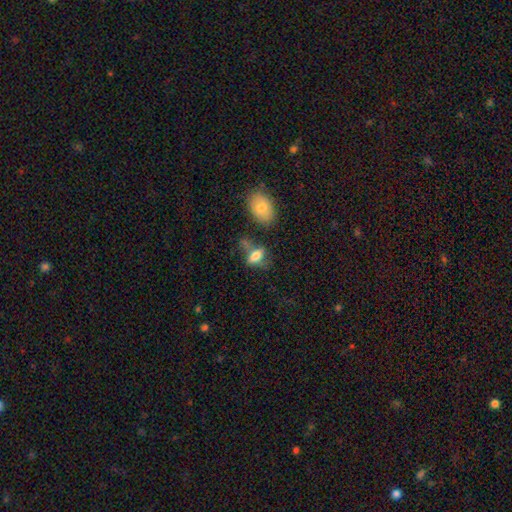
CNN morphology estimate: Q: Smooth or featured?
A: smooth (69%); runner-up: featured or disk (20%)
Q: How rounded?
A: in between (82%); runner-up: round (11%)
Q: Merging?
A: none (45%); runner-up: minor disturbance (22%)